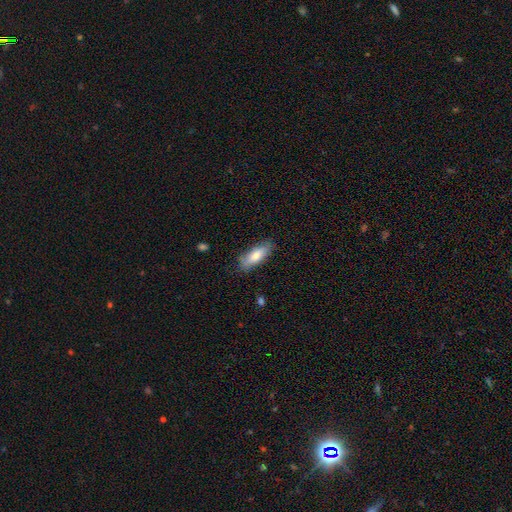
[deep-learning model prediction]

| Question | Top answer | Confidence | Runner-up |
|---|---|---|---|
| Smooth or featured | smooth | 76% | featured or disk (18%) |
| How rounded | in between | 62% | cigar-shaped (36%) |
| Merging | none | 81% | minor disturbance (15%) |